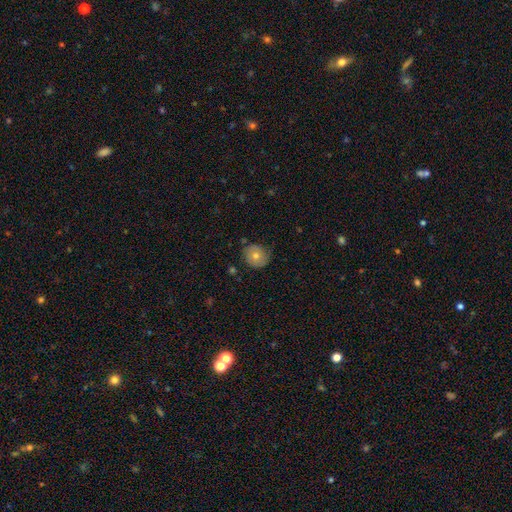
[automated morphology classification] Smooth or featured? Predicted: smooth (p=0.54). How rounded? Predicted: round (p=0.82). Merging? Predicted: none (p=0.74).